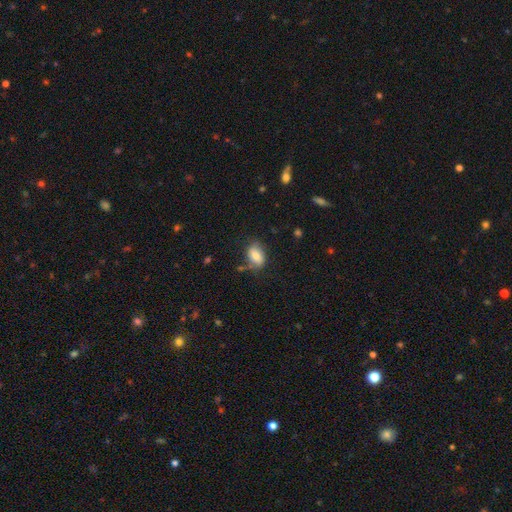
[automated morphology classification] Smooth or featured: smooth — 76% (featured or disk — 16%)
How rounded: in between — 85% (round — 13%)
Merging: none — 69% (minor disturbance — 21%)